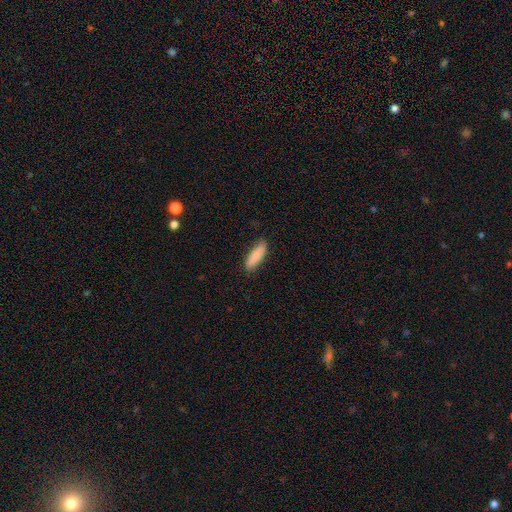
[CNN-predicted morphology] smooth_or_featured: smooth (p=0.84) [alt: featured or disk p=0.11]
how_rounded: cigar-shaped (p=0.52) [alt: in between p=0.46]
merging: none (p=0.82) [alt: minor disturbance p=0.14]